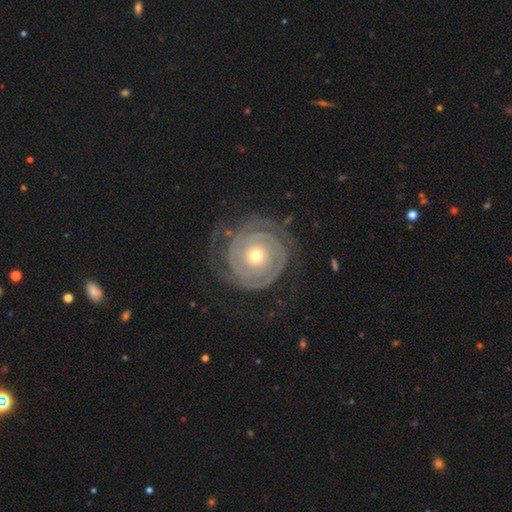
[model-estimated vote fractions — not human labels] featured or disk 89%, smooth 7%, star or artifact 5%. Down the decision tree: edge-on disk — no (97%); bar — no (82%); spiral arms — yes (97%); spiral arm count — 2 (61%); spiral winding — tight (85%); bulge size — moderate (49%); merging — none (74%).